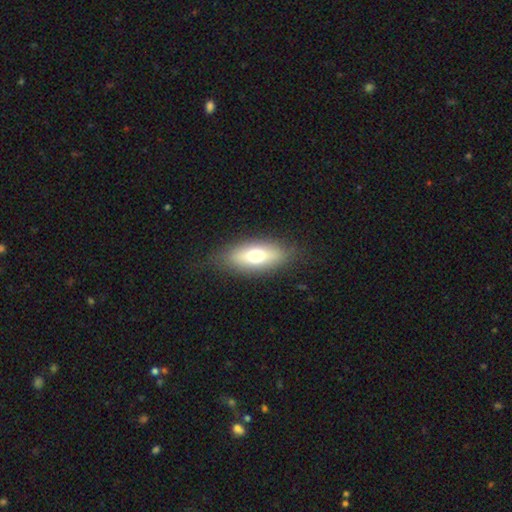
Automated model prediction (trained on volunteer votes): This is likely a smooth galaxy (65%). How rounded: likely in between (78%). Merging: clearly none (82%).